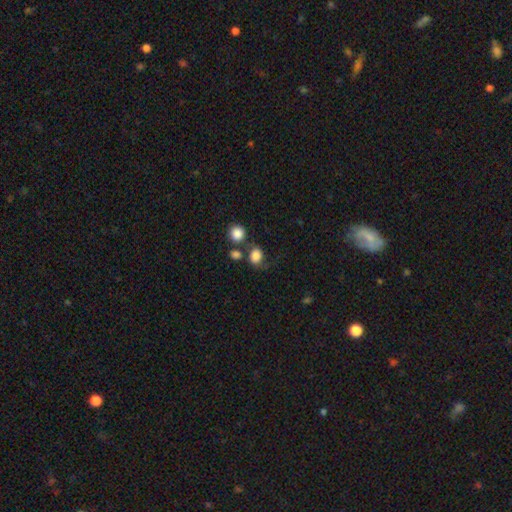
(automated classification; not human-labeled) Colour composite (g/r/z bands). It shows a smooth galaxy with no disk features (81%) that is round (62%). Merging: none (47%).